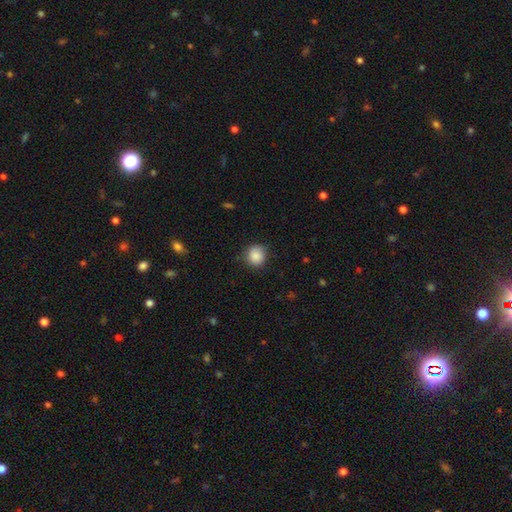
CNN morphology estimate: Smooth or featured?
  - smooth: 88% *
  - star or artifact: 8%
  - featured or disk: 4%
How rounded?
  - round: 87% *
  - in between: 12%
  - cigar-shaped: 1%
Merging?
  - none: 79% *
  - minor disturbance: 17%
  - major disturbance: 4%
  - merger: 1%